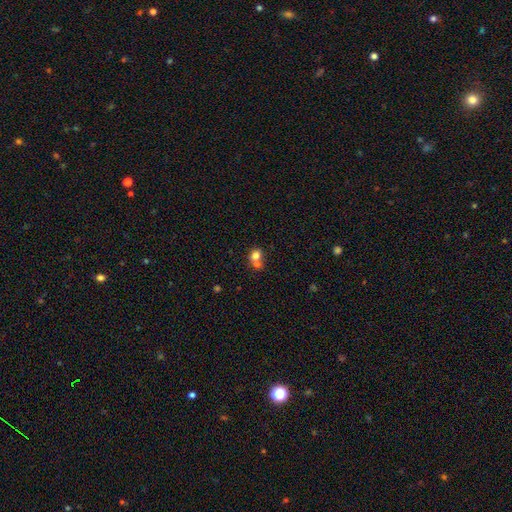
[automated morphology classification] Smooth or featured: smooth — 76% (featured or disk — 13%)
How rounded: round — 71% (in between — 29%)
Merging: merger — 55% (none — 34%)